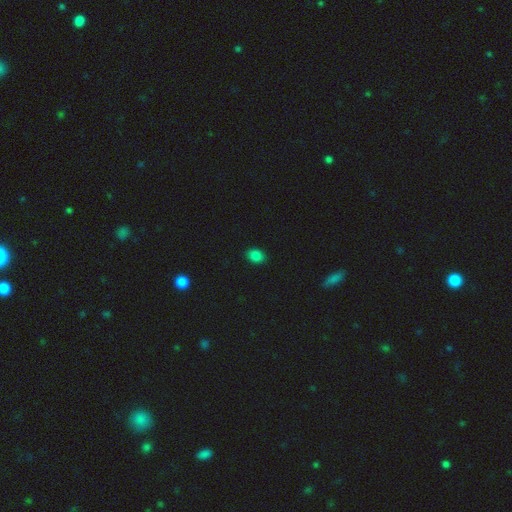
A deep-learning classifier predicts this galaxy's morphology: The model was most divided on "how rounded": in between: 67%, round: 32%, cigar-shaped: 1%. More confident: merging — none (88%); smooth or featured — smooth (84%).